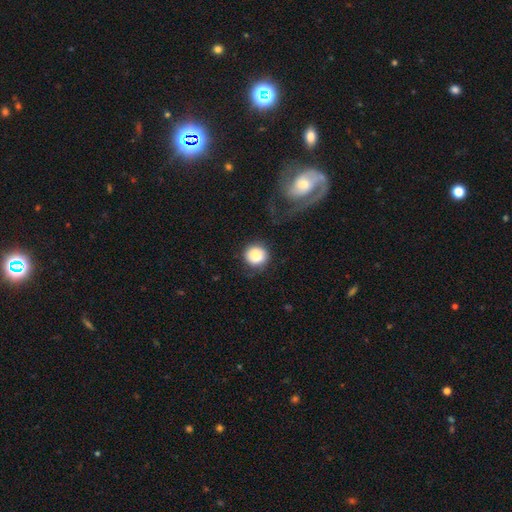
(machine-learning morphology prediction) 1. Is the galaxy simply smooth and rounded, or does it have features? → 84% smooth, 8% star or artifact, 8% featured or disk.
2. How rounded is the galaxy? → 90% round, 9% in between, 1% cigar-shaped.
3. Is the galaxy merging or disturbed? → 70% none, 17% minor disturbance, 11% major disturbance, 2% merger.